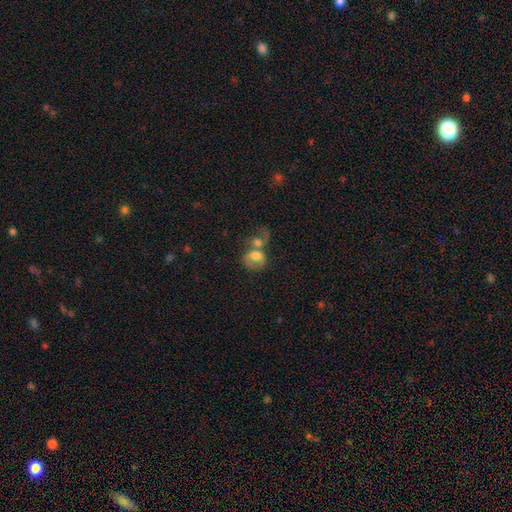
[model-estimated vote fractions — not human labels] This appears to be a smooth galaxy with no disk features (61%) that is in between round and cigar-shaped (49%, tied with round). Merging: merger (69%).